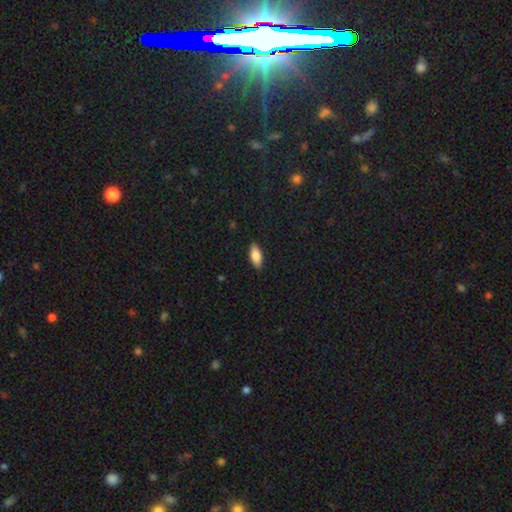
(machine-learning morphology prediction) type=smooth (83%); roundness=in between (82%); merging=none (88%).